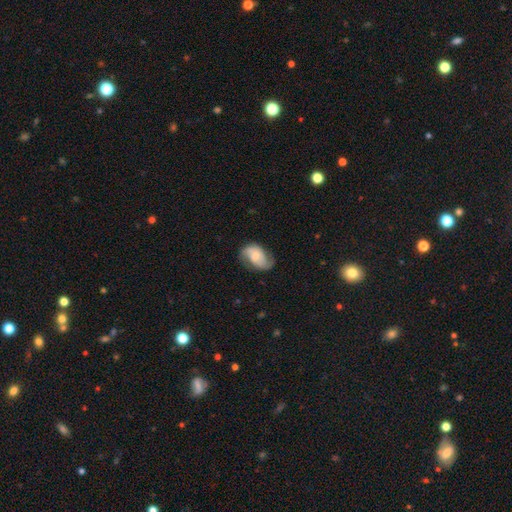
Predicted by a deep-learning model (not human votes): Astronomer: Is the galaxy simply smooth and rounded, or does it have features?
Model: featured or disk — 64%.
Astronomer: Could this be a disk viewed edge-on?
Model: no — 97%.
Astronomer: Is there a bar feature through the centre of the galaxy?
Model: no — 50% (runner-up: weak, 39%).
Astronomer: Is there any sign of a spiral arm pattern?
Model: yes — 91%.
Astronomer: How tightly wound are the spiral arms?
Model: medium — 44% (runner-up: loose, 36%).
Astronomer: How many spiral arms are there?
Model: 2 — 84%.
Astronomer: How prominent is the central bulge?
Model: small — 39% (runner-up: moderate, 37%).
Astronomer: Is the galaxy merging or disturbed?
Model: none — 62%.